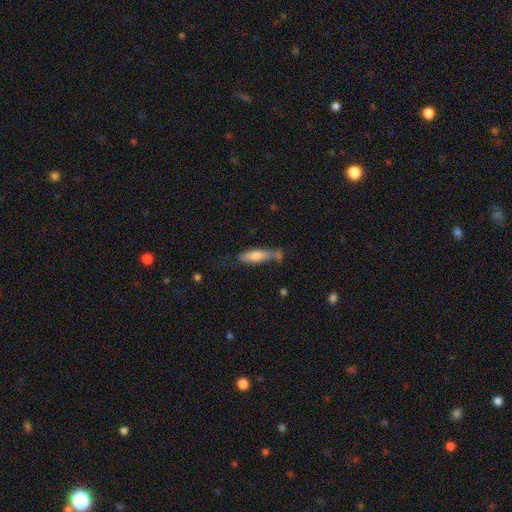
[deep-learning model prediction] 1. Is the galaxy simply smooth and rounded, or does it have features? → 70% smooth, 23% featured or disk, 7% star or artifact.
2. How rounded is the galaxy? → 61% cigar-shaped, 37% in between, 2% round.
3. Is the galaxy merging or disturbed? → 47% none, 28% minor disturbance, 13% merger, 12% major disturbance.